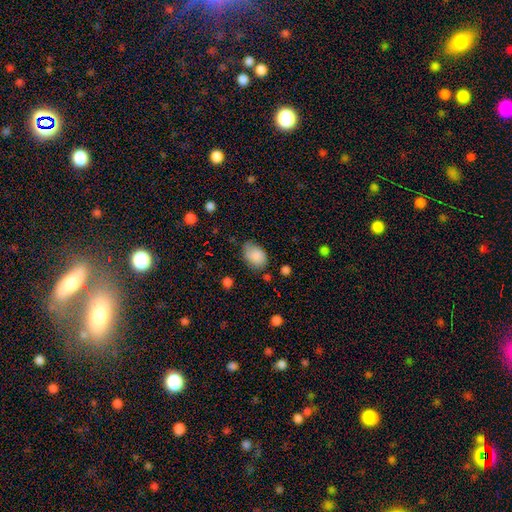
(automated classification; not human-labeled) Smooth or featured? Predicted: smooth (p=0.85). How rounded? Predicted: in between (p=0.79). Merging? Predicted: none (p=0.60).